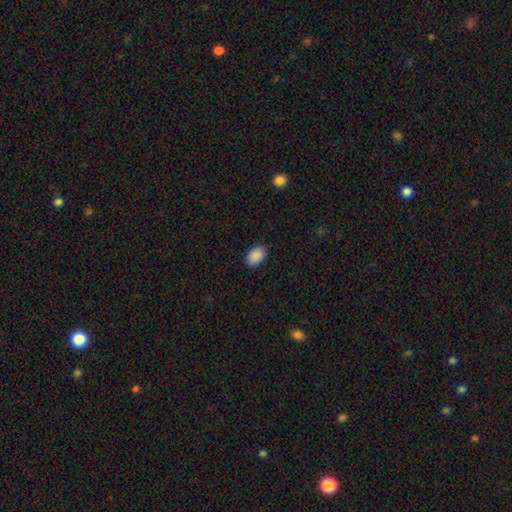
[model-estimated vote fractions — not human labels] Smooth or featured? Predicted: smooth (p=0.90). How rounded? Predicted: in between (p=0.86). Merging? Predicted: none (p=0.88).